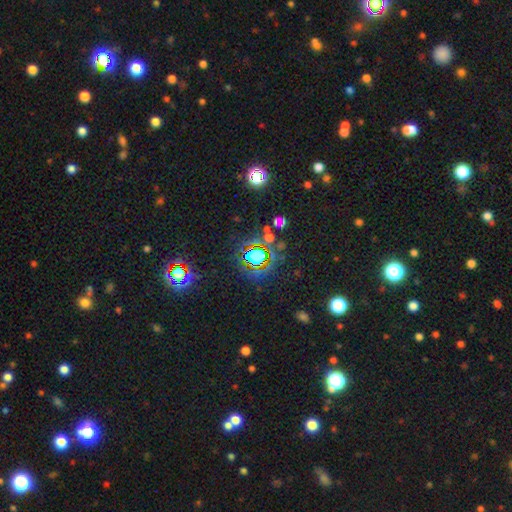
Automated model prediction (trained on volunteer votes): star or artifact 66%, smooth 23%, featured or disk 11%.